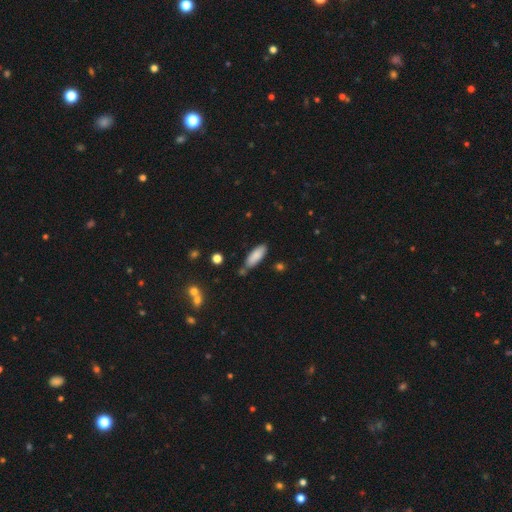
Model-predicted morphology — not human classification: Smooth or featured: smooth — 84% (featured or disk — 9%)
How rounded: in between — 63% (cigar-shaped — 35%)
Merging: none — 71% (minor disturbance — 19%)